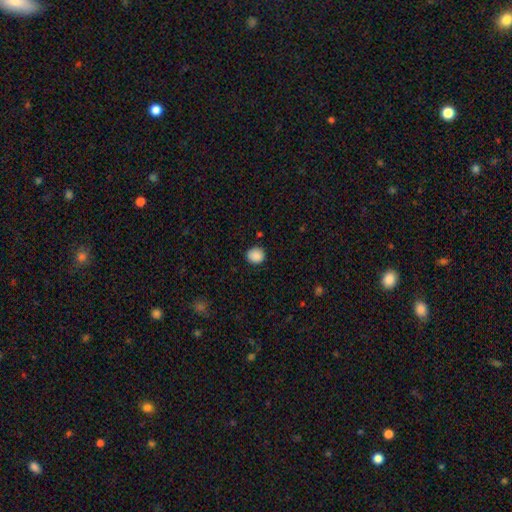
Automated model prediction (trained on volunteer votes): Smooth or featured: smooth — 88% (star or artifact — 9%)
How rounded: round — 83% (in between — 16%)
Merging: none — 88% (minor disturbance — 9%)